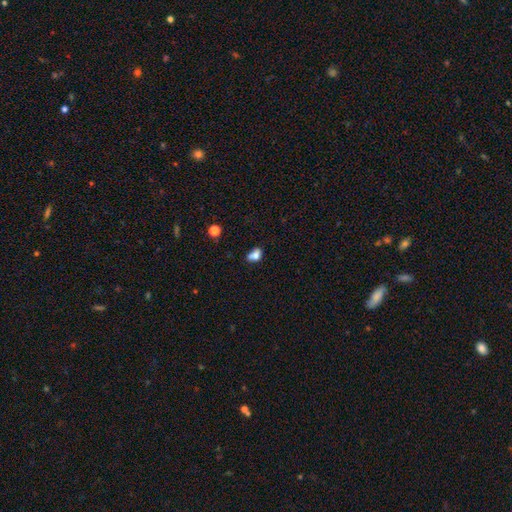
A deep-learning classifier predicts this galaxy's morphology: The model was most divided on "merging": none: 40%, minor disturbance: 26%, merger: 24%, major disturbance: 10%. More confident: smooth or featured — smooth (75%); how rounded — in between (73%).